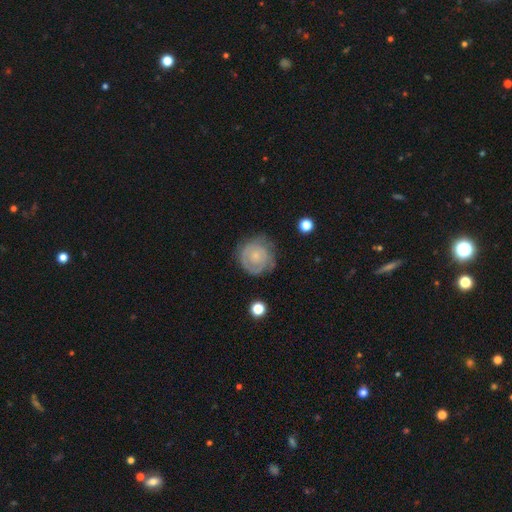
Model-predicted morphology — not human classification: This appears to be a featured or disk galaxy (54%) with no bar (83%), spiral arms (73%) and a small central bulge (66%). Merging: none (69%).